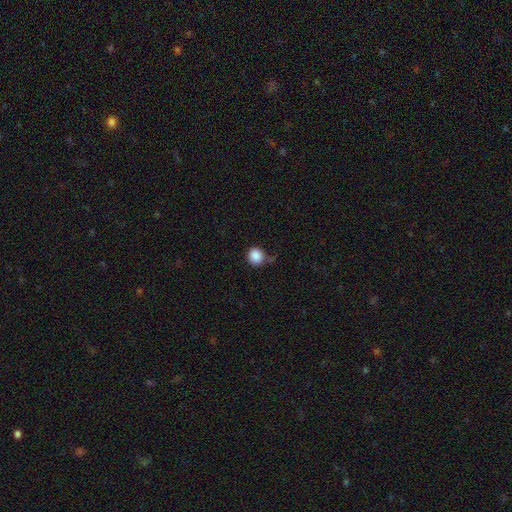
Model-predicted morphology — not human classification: A smooth galaxy with no disk features (87%) that is round (87%). Merging: none (66%).